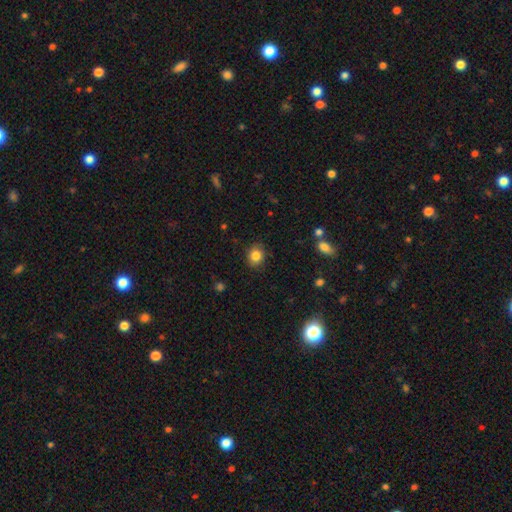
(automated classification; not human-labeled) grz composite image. It shows a smooth galaxy with no disk features (84%) that is round (68%). Merging: none (84%).